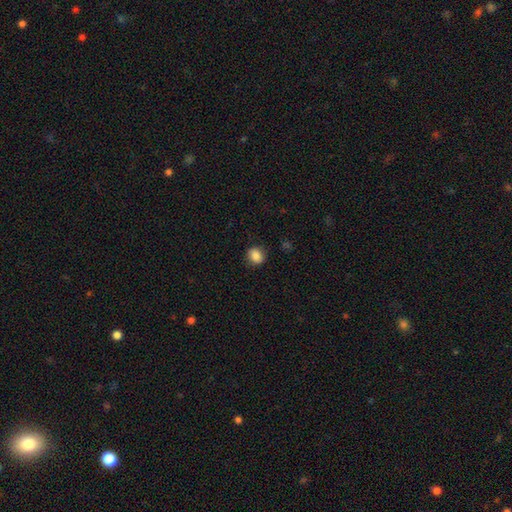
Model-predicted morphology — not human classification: Smooth or featured?
  - smooth: 85% *
  - star or artifact: 9%
  - featured or disk: 5%
How rounded?
  - round: 65% *
  - in between: 34%
  - cigar-shaped: 1%
Merging?
  - none: 85% *
  - minor disturbance: 11%
  - major disturbance: 3%
  - merger: 1%